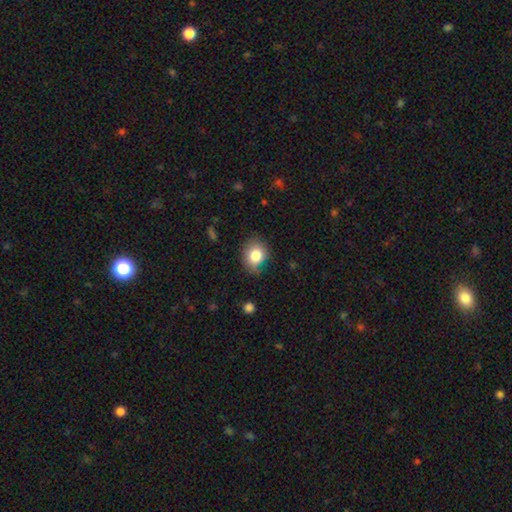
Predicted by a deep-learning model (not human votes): The model was most divided on "how rounded": round: 63%, in between: 36%, cigar-shaped: 1%. More confident: smooth or featured — smooth (82%); merging — none (74%).